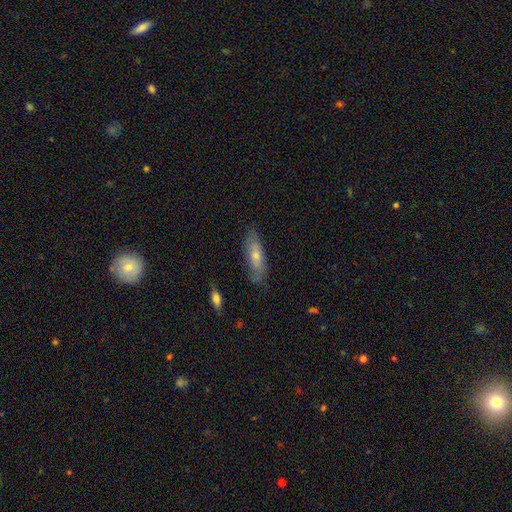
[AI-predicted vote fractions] The model was most divided on "how rounded": cigar-shaped: 51%, in between: 46%, round: 2%. More confident: merging — none (78%); smooth or featured — smooth (56%).